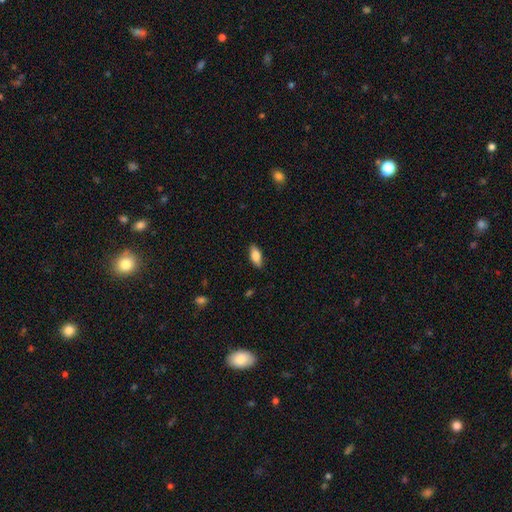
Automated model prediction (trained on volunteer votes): Smooth or featured?
  - smooth: 81% *
  - featured or disk: 13%
  - star or artifact: 6%
How rounded?
  - in between: 84% *
  - cigar-shaped: 14%
  - round: 2%
Merging?
  - none: 87% *
  - minor disturbance: 10%
  - major disturbance: 2%
  - merger: 1%